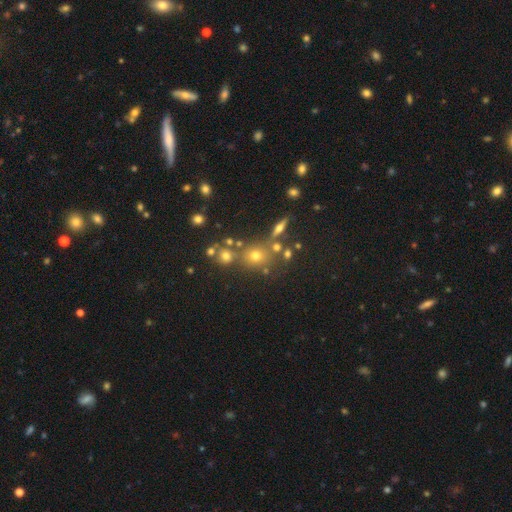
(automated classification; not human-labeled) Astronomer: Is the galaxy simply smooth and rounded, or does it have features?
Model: smooth — 57%.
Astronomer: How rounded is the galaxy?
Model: round — 80%.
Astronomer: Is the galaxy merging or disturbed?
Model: none — 66%.